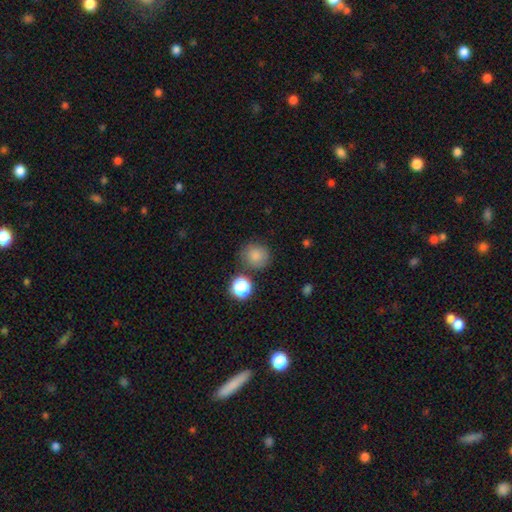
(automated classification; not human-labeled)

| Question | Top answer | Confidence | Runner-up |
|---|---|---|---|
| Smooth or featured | smooth | 79% | star or artifact (13%) |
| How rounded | round | 88% | in between (11%) |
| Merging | none | 78% | minor disturbance (12%) |